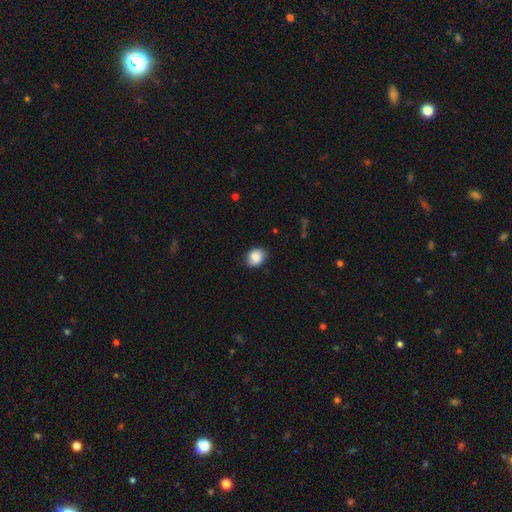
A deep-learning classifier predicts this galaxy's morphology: Q: Smooth or featured?
A: smooth (87%); runner-up: star or artifact (8%)
Q: How rounded?
A: round (54%); runner-up: in between (45%)
Q: Merging?
A: none (83%); runner-up: minor disturbance (13%)